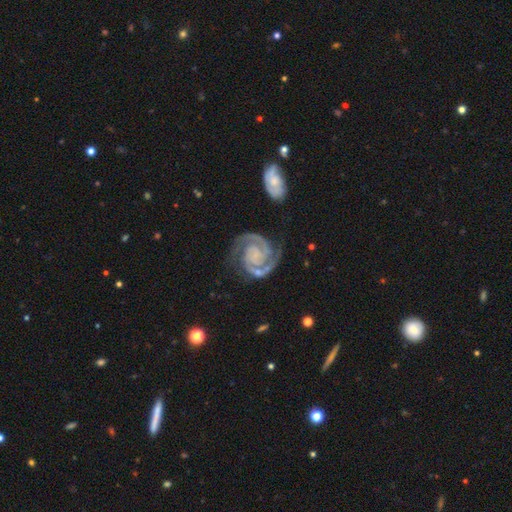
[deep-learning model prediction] A featured or disk galaxy (92%) with no bar (60%), 2 (91%) tight (64%) spiral arms (99%) and no central bulge (51%).

Vote fractions:
- Smooth or featured? featured or disk: 92% / star or artifact: 4% / smooth: 4%
- Edge-on disk? no: 98% / yes: 2%
- Bar? no: 60% / weak: 27% / strong: 13%
- Spiral arms? yes: 99% / no: 1%
- Spiral winding? tight: 64% / medium: 32% / loose: 4%
- Spiral arm count? 2: 91% / 3: 4% / can't tell: 2% / 1: 1% / 4: 1% / more than 4: 1%
- Bulge size? none: 51% / small: 34% / moderate: 10% / large: 3% / dominant: 2%
- Merging? none: 75% / minor disturbance: 16% / major disturbance: 6% / merger: 3%